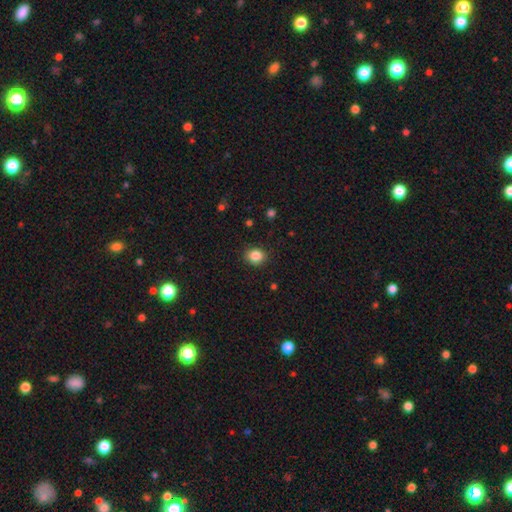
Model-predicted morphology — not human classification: Smooth or featured?
  - smooth: 85% *
  - star or artifact: 10%
  - featured or disk: 5%
How rounded?
  - round: 68% *
  - in between: 31%
  - cigar-shaped: 1%
Merging?
  - none: 89% *
  - minor disturbance: 8%
  - major disturbance: 2%
  - merger: 1%